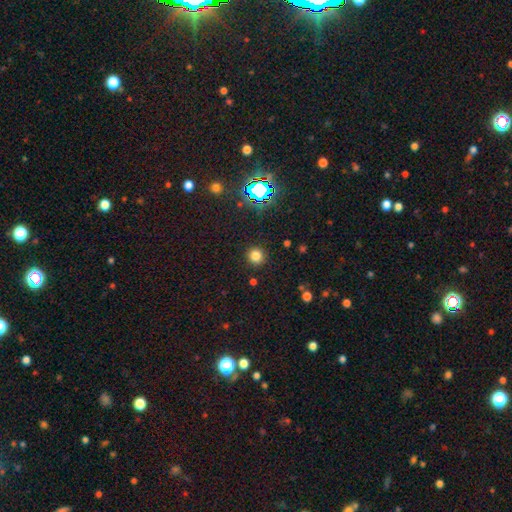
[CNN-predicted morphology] Smooth or featured? smooth (77%)
How rounded? round (92%)
Merging? none (90%)